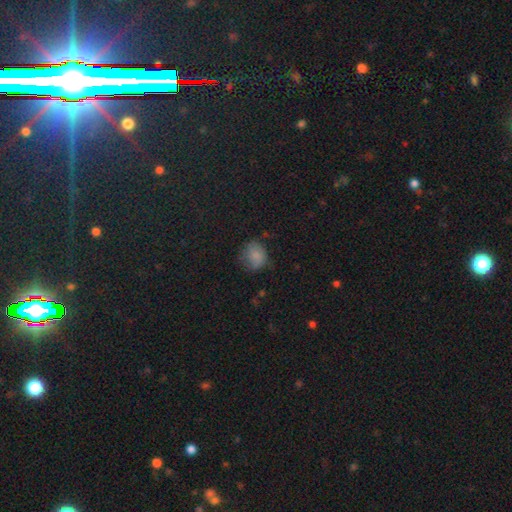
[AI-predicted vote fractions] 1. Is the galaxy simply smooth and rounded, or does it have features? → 78% smooth, 11% star or artifact, 11% featured or disk.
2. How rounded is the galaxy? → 68% round, 31% in between, 1% cigar-shaped.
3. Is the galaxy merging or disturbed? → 59% none, 28% minor disturbance, 11% major disturbance, 2% merger.